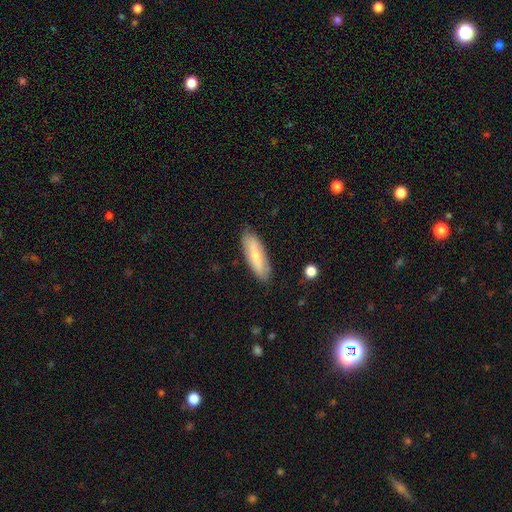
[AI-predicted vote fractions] Morphology: type=smooth (55%); roundness=in between (55%); merging=none (84%).